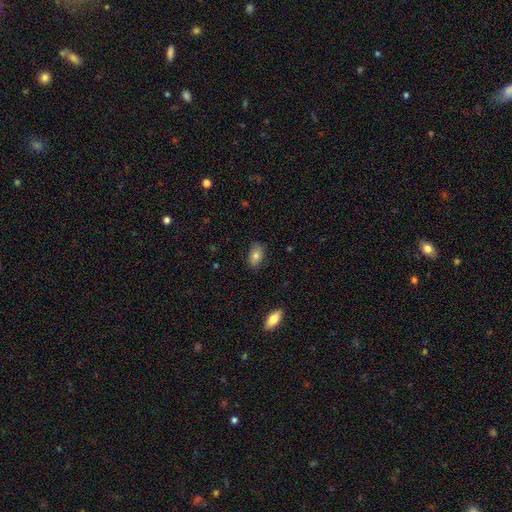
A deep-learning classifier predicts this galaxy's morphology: Smooth or featured: smooth — 81% (featured or disk — 11%)
How rounded: in between — 90% (round — 8%)
Merging: none — 83% (minor disturbance — 13%)